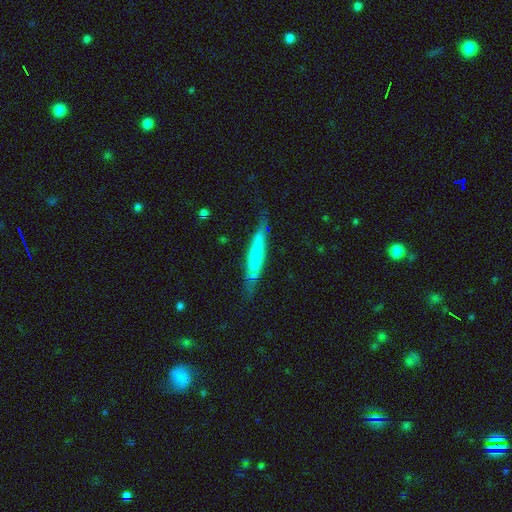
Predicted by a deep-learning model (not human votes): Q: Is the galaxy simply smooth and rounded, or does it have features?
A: smooth — 51%.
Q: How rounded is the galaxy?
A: cigar-shaped — 90%.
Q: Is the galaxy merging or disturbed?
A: none — 73%.